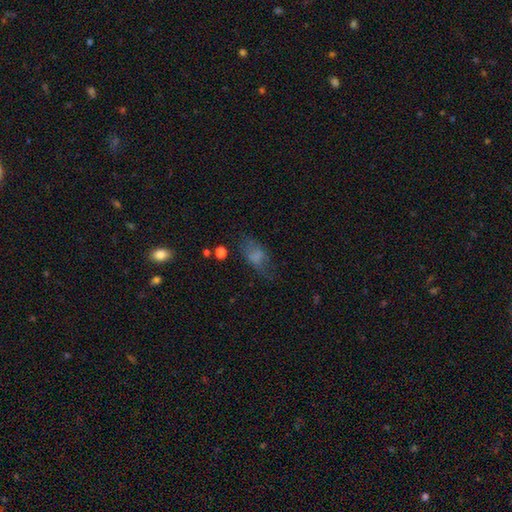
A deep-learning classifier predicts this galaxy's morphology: Q: Smooth or featured?
A: smooth (61%); runner-up: featured or disk (24%)
Q: How rounded?
A: in between (83%); runner-up: cigar-shaped (9%)
Q: Merging?
A: none (52%); runner-up: minor disturbance (24%)